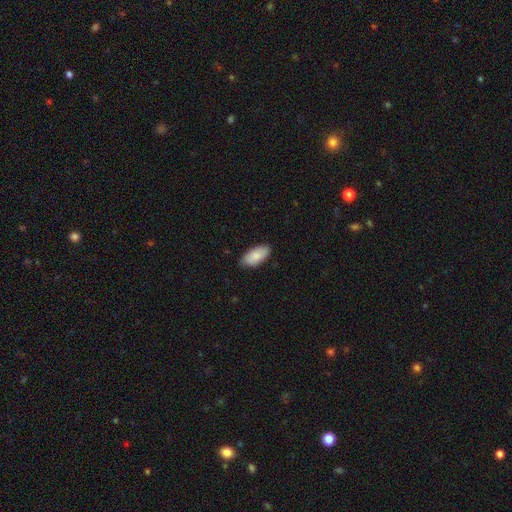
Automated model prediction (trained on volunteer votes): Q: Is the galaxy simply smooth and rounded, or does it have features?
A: smooth — 87%.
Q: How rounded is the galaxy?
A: in between — 93%.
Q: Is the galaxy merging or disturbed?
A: none — 84%.